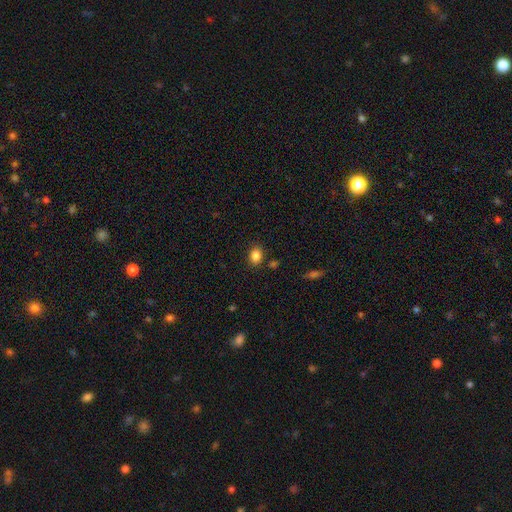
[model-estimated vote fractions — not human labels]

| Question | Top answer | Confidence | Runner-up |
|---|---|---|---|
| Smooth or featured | smooth | 85% | star or artifact (10%) |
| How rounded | in between | 68% | round (31%) |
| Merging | none | 84% | minor disturbance (10%) |